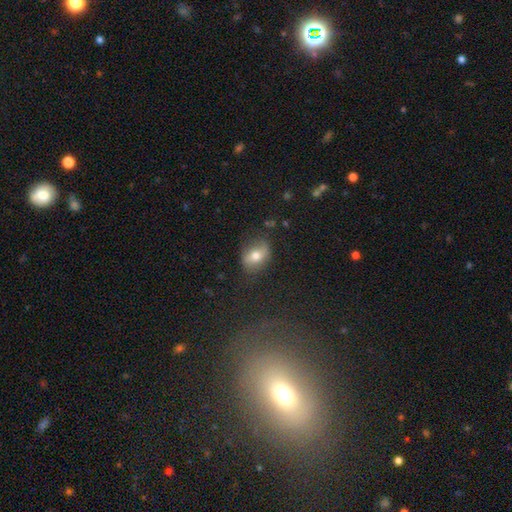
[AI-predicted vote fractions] smooth 65%, featured or disk 25%, star or artifact 10%. Down the decision tree: how rounded — in between (69%); merging — none (72%).